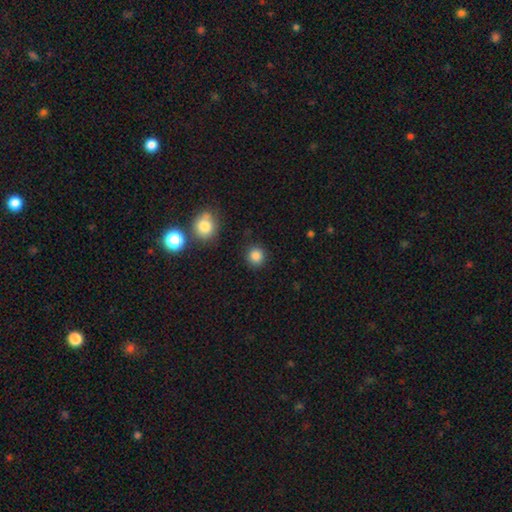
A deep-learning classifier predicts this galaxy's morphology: A smooth galaxy with no disk features (85%) that is round (91%). Merging: none (89%).